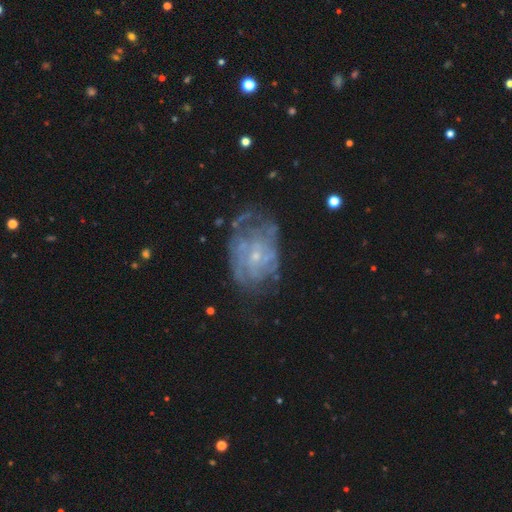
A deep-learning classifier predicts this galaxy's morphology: smooth-or-featured: featured or disk: 78% | smooth: 14% | star or artifact: 9%
  disk-edge-on: no: 97% | yes: 3%
    bar: no: 75% | weak: 21% | strong: 4%
    has-spiral-arms: yes: 72% | no: 28%
      spiral-winding: tight: 56% | medium: 31% | loose: 13%
      spiral-arm-count: can't tell: 57% | 2: 12% | 4: 10% | 3: 10% | more than 4: 6% | 1: 5%
    bulge-size: small: 77% | moderate: 16% | none: 5% | large: 1% | dominant: 1%
  merging: none: 52% | minor disturbance: 25% | major disturbance: 20% | merger: 3%